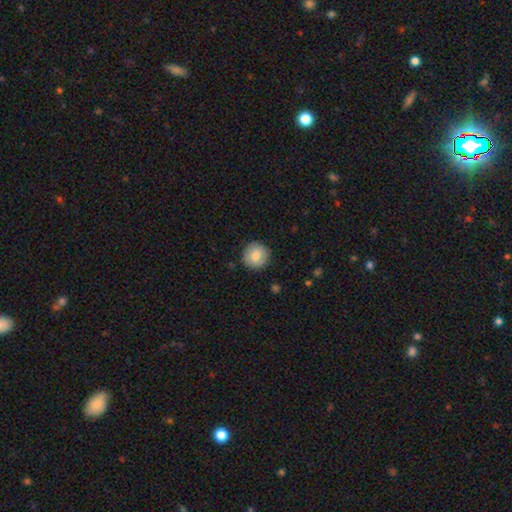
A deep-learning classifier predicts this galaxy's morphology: Smooth or featured? smooth (81%)
How rounded? round (95%)
Merging? none (89%)